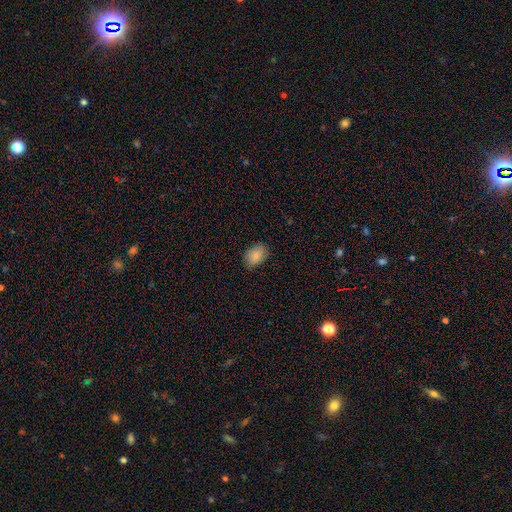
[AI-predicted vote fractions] Smooth or featured: smooth — 80% (featured or disk — 12%)
How rounded: in between — 85% (round — 14%)
Merging: none — 79% (minor disturbance — 17%)